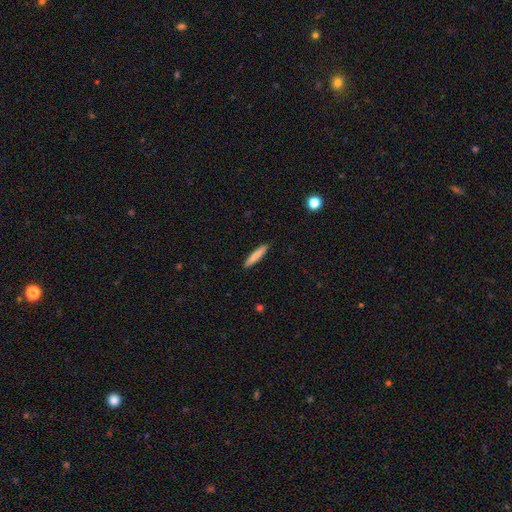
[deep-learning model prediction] Smooth or featured?
  - smooth: 82% *
  - featured or disk: 12%
  - star or artifact: 6%
How rounded?
  - cigar-shaped: 92% *
  - in between: 7%
  - round: 1%
Merging?
  - none: 91% *
  - minor disturbance: 6%
  - major disturbance: 1%
  - merger: 1%